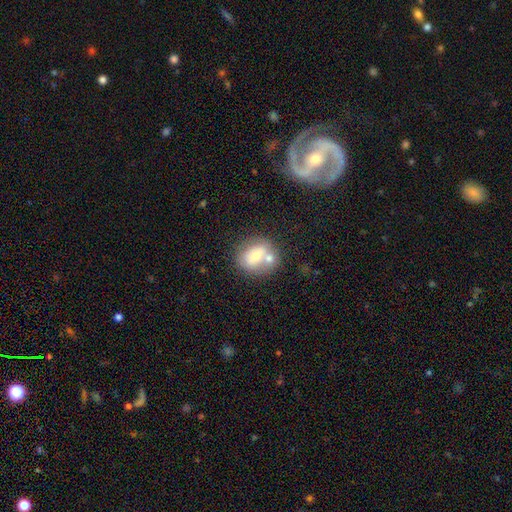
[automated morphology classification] This is likely a smooth galaxy (61%). How rounded: possibly round (57%). Merging: marginally merger (43%).